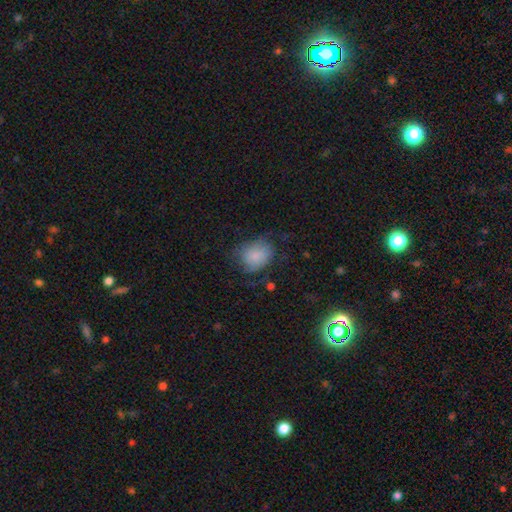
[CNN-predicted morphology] A smooth galaxy with no disk features (74%) that is round (51%). Merging: none (55%).